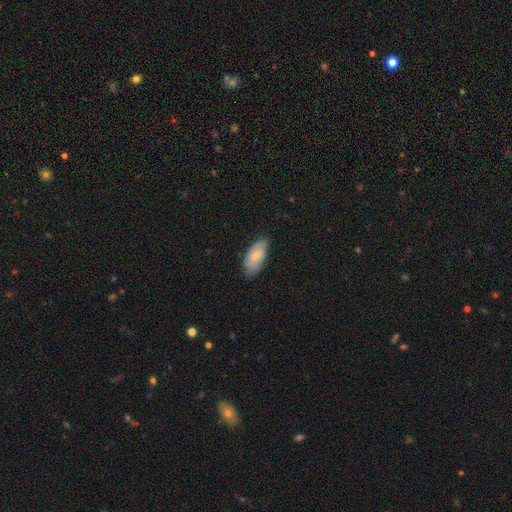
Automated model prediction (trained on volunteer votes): Q: Smooth or featured?
A: smooth (66%); runner-up: featured or disk (28%)
Q: How rounded?
A: in between (91%); runner-up: cigar-shaped (6%)
Q: Merging?
A: none (69%); runner-up: minor disturbance (26%)